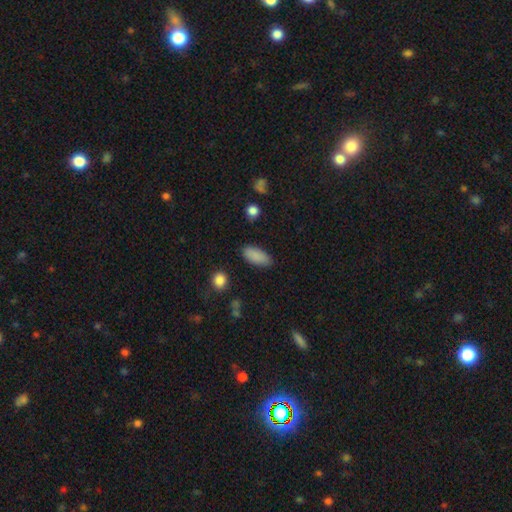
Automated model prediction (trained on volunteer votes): This is clearly a smooth galaxy (88%). How rounded: clearly in between (87%). Merging: clearly none (84%).